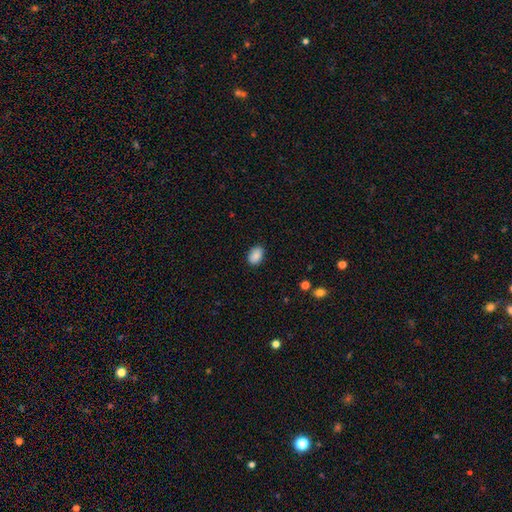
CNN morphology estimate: type=smooth (88%); roundness=in between (86%); merging=none (86%).